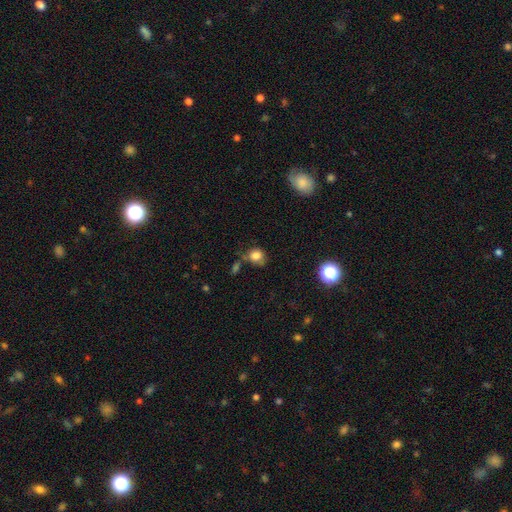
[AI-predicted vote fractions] Morphology: type=smooth (81%); roundness=round (69%); merging=none (52%).